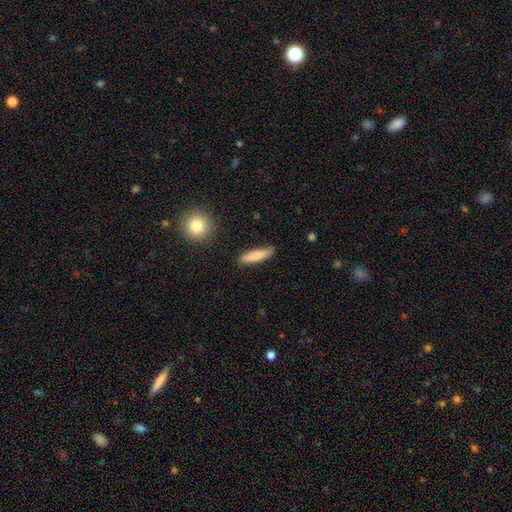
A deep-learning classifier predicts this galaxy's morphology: Smooth or featured: smooth — 71% (featured or disk — 23%)
How rounded: cigar-shaped — 68% (in between — 30%)
Merging: none — 82% (minor disturbance — 14%)